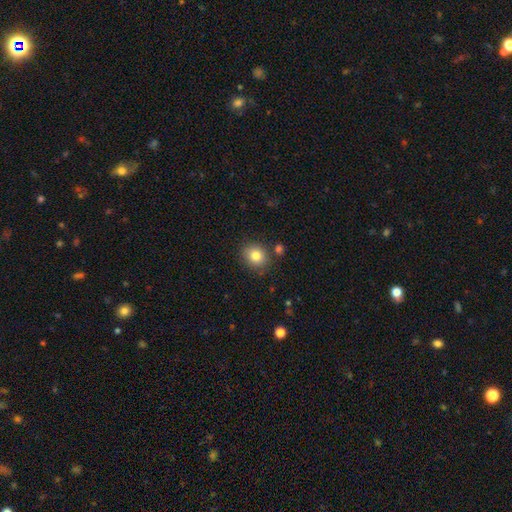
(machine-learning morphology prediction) smooth_or_featured: smooth (p=0.82) [alt: star or artifact p=0.10]
how_rounded: round (p=0.73) [alt: in between p=0.27]
merging: none (p=0.81) [alt: minor disturbance p=0.11]